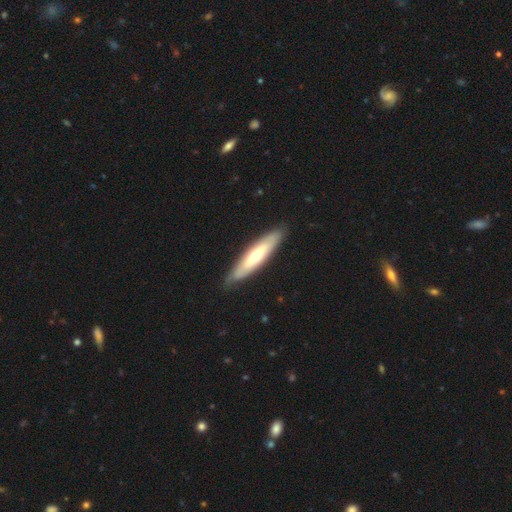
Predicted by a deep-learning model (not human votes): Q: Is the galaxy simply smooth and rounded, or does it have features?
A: smooth — 48%.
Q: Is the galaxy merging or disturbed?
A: none — 84%.